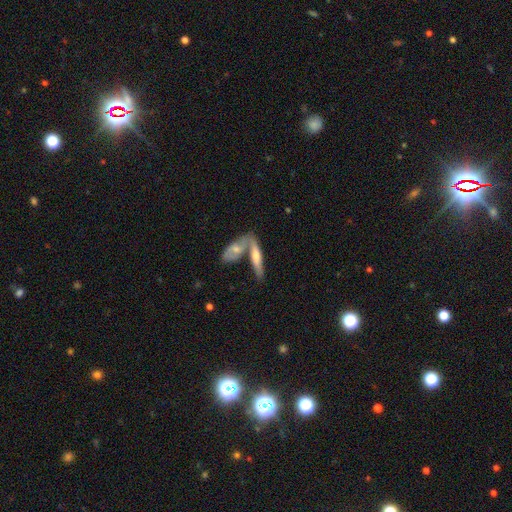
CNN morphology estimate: smooth-or-featured: featured or disk: 51% | smooth: 43% | star or artifact: 6%
  disk-edge-on: yes: 77% | no: 23%
  merging: none: 43% (tied) | merger: 43% (tied) | minor disturbance: 10% | major disturbance: 4%